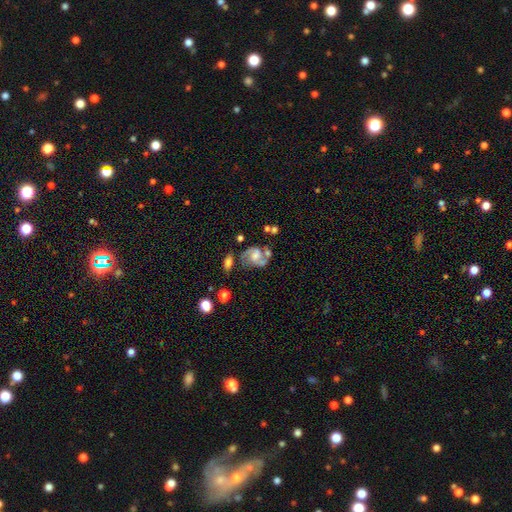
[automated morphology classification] Q: Smooth or featured?
A: featured or disk (83%); runner-up: smooth (10%)
Q: Edge-on disk?
A: no (98%); runner-up: yes (2%)
Q: Bar?
A: no (48%); runner-up: weak (40%)
Q: Spiral arms?
A: yes (95%); runner-up: no (5%)
Q: Spiral winding?
A: medium (56%); runner-up: loose (23%)
Q: Spiral arm count?
A: 2 (90%); runner-up: can't tell (4%)
Q: Bulge size?
A: moderate (43%); runner-up: small (31%)
Q: Merging?
A: none (55%); runner-up: minor disturbance (20%)